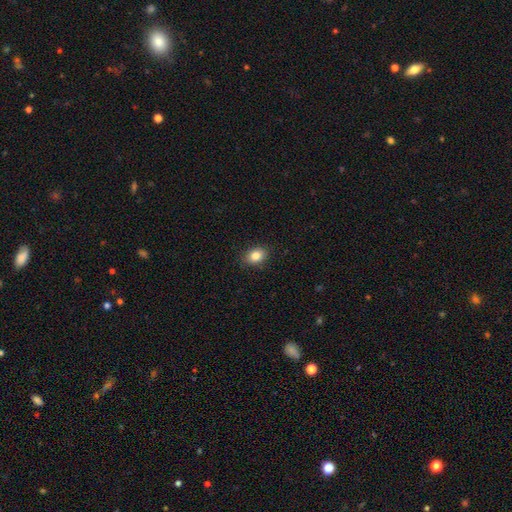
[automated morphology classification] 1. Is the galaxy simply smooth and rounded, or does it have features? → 83% smooth, 9% star or artifact, 7% featured or disk.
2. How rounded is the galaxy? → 70% in between, 29% round, 1% cigar-shaped.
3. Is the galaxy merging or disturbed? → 88% none, 9% minor disturbance, 2% major disturbance, 1% merger.